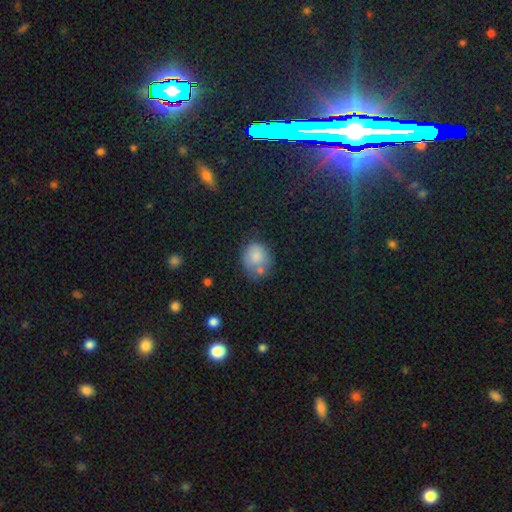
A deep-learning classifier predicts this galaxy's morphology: smooth_or_featured: smooth (p=0.78) [alt: featured or disk p=0.13]
how_rounded: round (p=0.69) [alt: in between p=0.30]
merging: none (p=0.47) [alt: minor disturbance p=0.22]